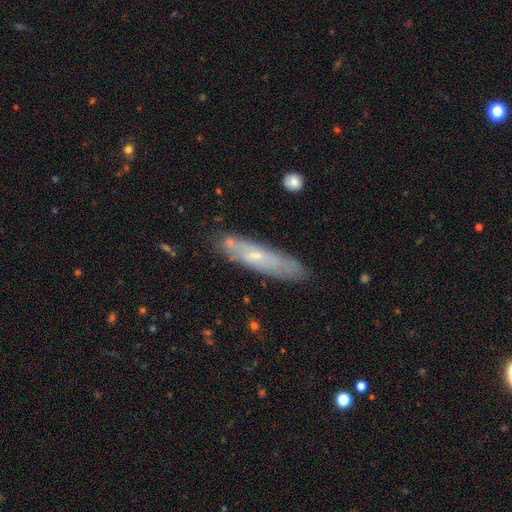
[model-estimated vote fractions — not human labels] A featured or disk galaxy (47%).

Vote fractions:
- Smooth or featured? featured or disk: 47% / smooth: 45% / star or artifact: 7%
- Merging? none: 76% / minor disturbance: 16% / merger: 4% / major disturbance: 4%